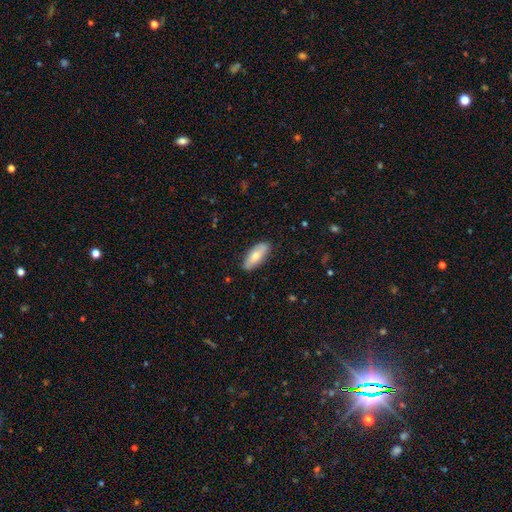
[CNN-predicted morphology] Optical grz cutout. It shows a smooth galaxy with no disk features (66%) that is in between round and cigar-shaped (80%). Merging: none (85%).